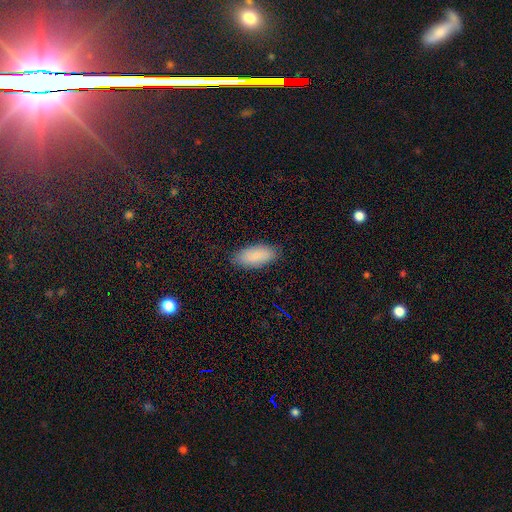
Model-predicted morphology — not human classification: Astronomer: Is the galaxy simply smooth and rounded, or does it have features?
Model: smooth — 83%.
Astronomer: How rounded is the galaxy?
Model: in between — 89%.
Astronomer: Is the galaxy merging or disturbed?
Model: none — 85%.